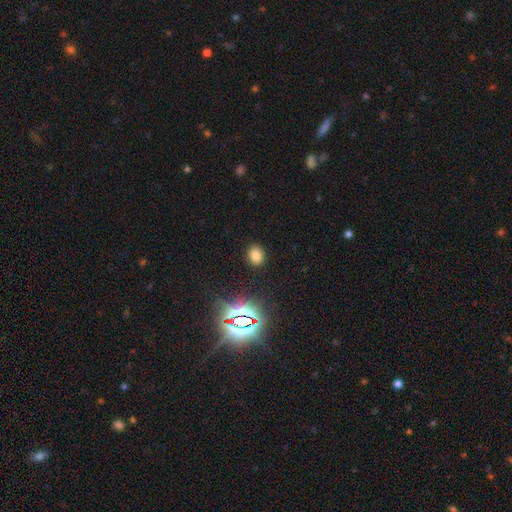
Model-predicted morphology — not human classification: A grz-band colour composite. It shows a smooth galaxy with no disk features (75%) that is round (57%). Merging: none (89%).